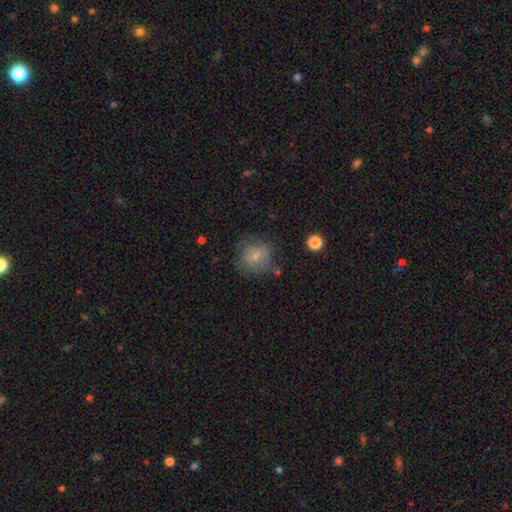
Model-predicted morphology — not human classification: Q: Smooth or featured?
A: smooth (69%); runner-up: featured or disk (20%)
Q: How rounded?
A: round (81%); runner-up: in between (18%)
Q: Merging?
A: none (57%); runner-up: minor disturbance (25%)